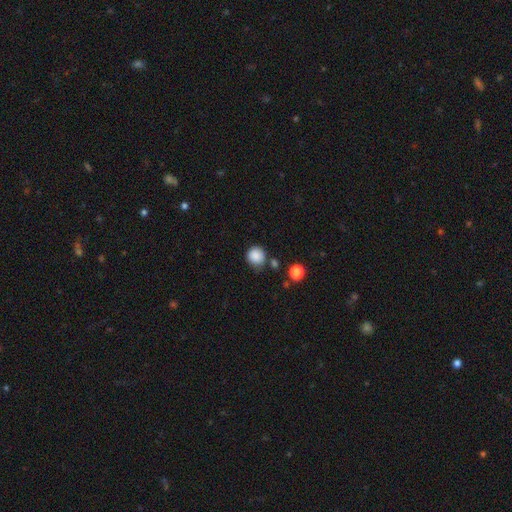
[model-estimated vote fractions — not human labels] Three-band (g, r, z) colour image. It shows a smooth galaxy with no disk features (86%) that is round (90%). Merging: none (72%).